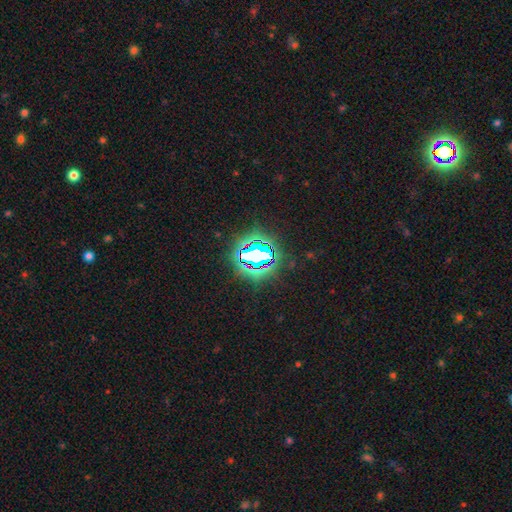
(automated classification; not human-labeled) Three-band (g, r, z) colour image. It shows a star or artifact, not a galaxy (74%).